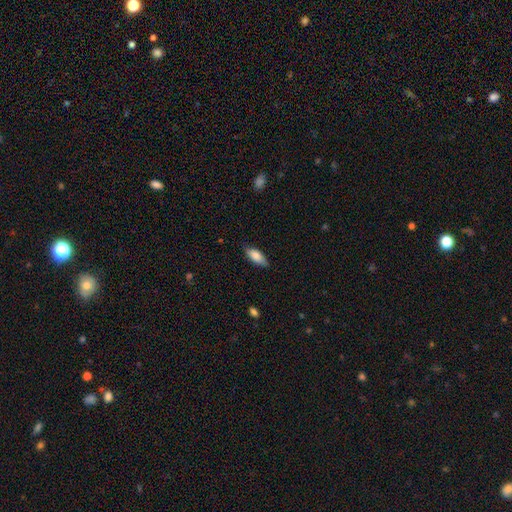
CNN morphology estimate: Overall: smooth (80%). How rounded: in between (77%). Merging: none (81%).